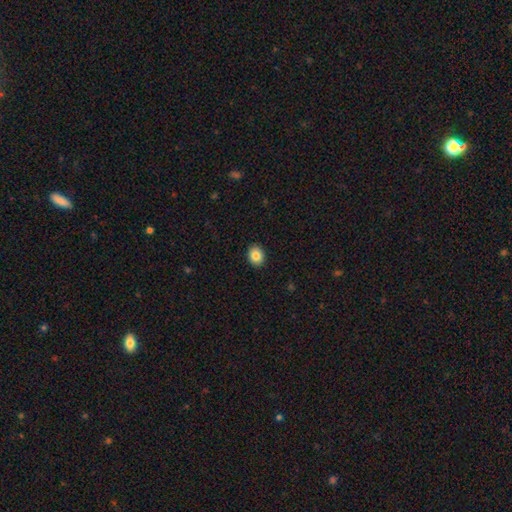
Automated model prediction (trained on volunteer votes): Overall: smooth (85%). How rounded: round (54%; in between 46%). Merging: none (91%).